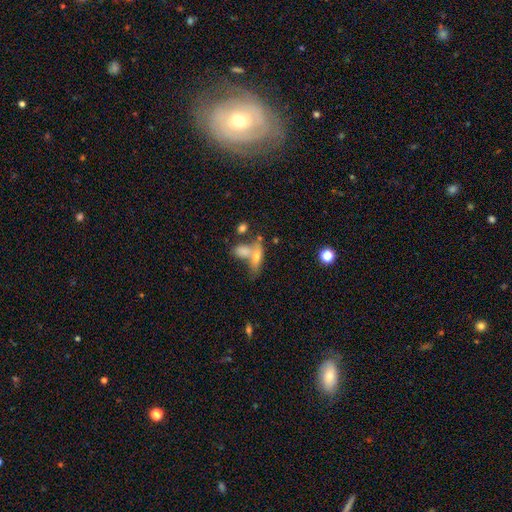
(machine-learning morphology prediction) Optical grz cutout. It shows a smooth galaxy with no disk features (57%) that is in between round and cigar-shaped (54%). Merging: merger (42%).